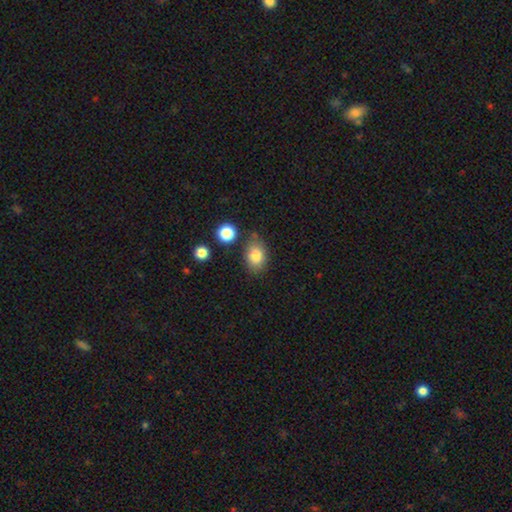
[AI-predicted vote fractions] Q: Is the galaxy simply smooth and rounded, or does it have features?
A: smooth — 83%.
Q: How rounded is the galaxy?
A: in between — 76%.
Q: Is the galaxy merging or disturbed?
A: none — 75%.